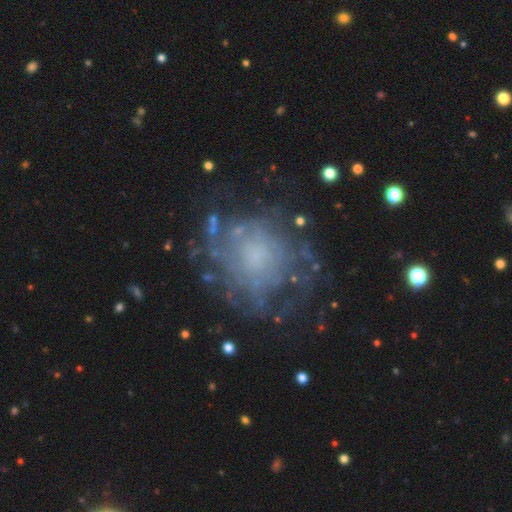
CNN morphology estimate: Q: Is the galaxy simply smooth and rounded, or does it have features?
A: featured or disk — 61%.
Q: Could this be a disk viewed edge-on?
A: no — 97%.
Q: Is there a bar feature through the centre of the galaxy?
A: no — 86%.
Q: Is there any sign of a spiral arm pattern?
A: no — 53%.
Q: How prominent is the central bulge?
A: none — 33%.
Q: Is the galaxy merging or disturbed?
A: none — 59%.